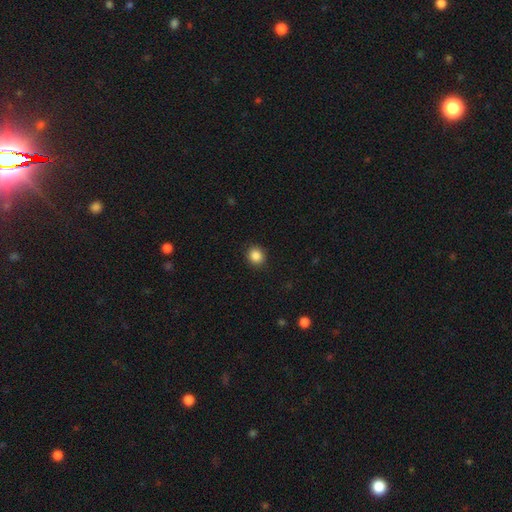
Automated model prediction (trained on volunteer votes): Morphology: type=smooth (86%); roundness=round (84%); merging=none (91%).